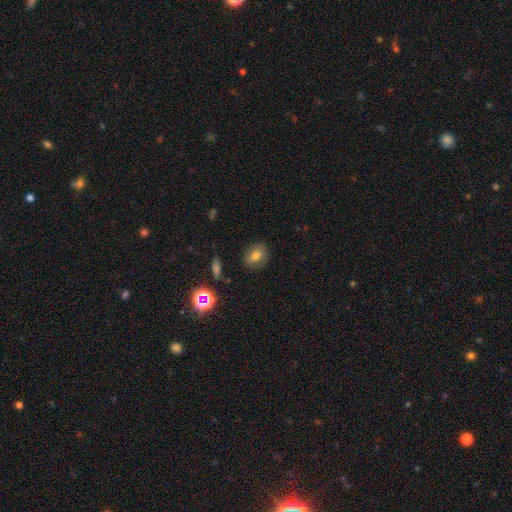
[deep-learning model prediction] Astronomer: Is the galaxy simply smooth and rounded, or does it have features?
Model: smooth — 72%.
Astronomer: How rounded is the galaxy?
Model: in between — 63%.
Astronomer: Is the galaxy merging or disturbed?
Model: none — 83%.